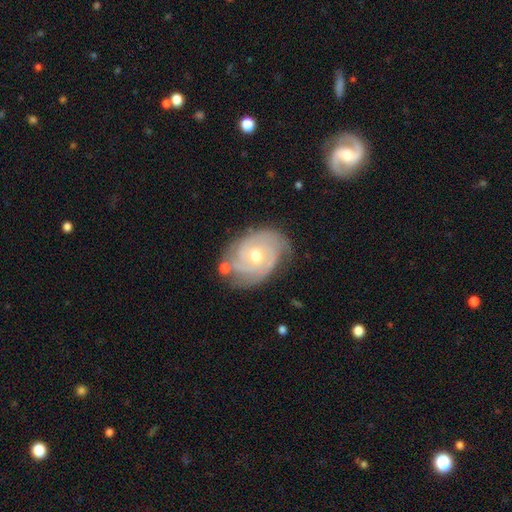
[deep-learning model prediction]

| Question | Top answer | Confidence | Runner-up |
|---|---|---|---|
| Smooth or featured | featured or disk | 81% | smooth (13%) |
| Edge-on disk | no | 96% | yes (4%) |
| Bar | no | 72% | weak (24%) |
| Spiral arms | yes | 92% | no (8%) |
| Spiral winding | tight | 68% | medium (26%) |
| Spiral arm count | can't tell | 29% | tied: 2 (29%) |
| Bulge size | moderate | 68% | small (27%) |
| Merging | none | 68% | minor disturbance (21%) |